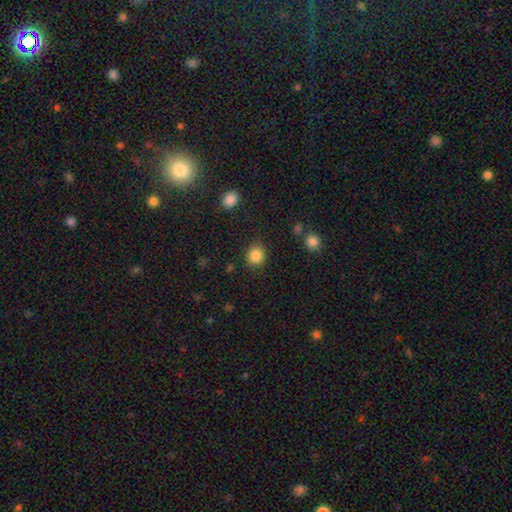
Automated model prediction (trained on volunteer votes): smooth_or_featured: smooth (p=0.86) [alt: star or artifact p=0.10]
how_rounded: round (p=0.78) [alt: in between p=0.21]
merging: none (p=0.87) [alt: minor disturbance p=0.09]